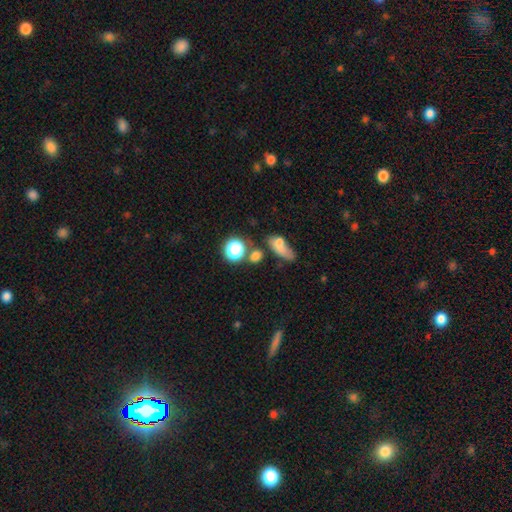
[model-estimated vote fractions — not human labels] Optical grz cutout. It shows a smooth galaxy with no disk features (63%) that is round (56%). Merging: none (58%).